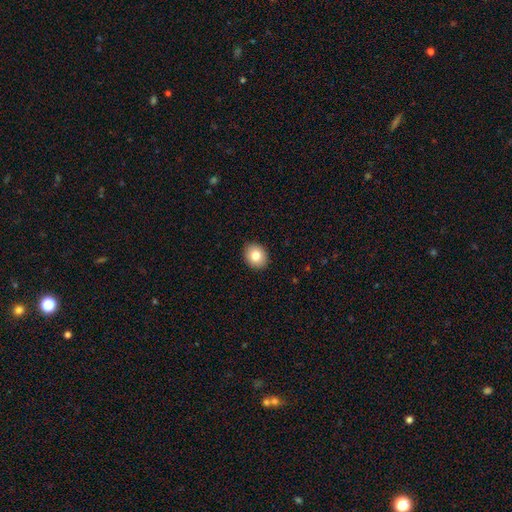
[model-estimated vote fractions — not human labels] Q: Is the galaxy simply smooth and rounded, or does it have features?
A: smooth — 82%.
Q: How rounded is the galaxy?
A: round — 59%.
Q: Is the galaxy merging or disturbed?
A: none — 91%.